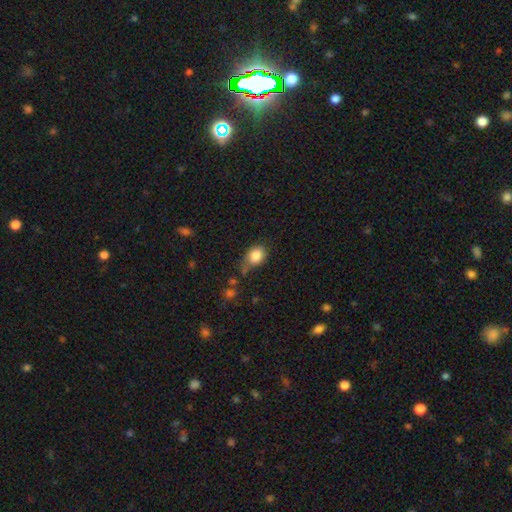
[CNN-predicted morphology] Smooth or featured? Predicted: smooth (p=0.85). How rounded? Predicted: in between (p=0.61). Merging? Predicted: none (p=0.47).